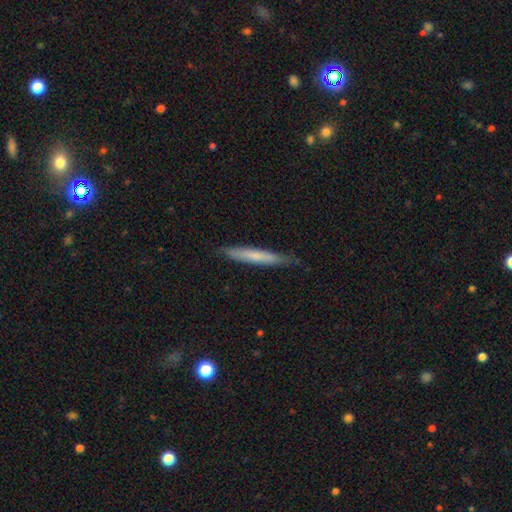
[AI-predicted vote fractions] The model was most divided on "smooth or featured": smooth: 64%, featured or disk: 30%, star or artifact: 6%. More confident: how rounded — cigar-shaped (95%); merging — none (84%).